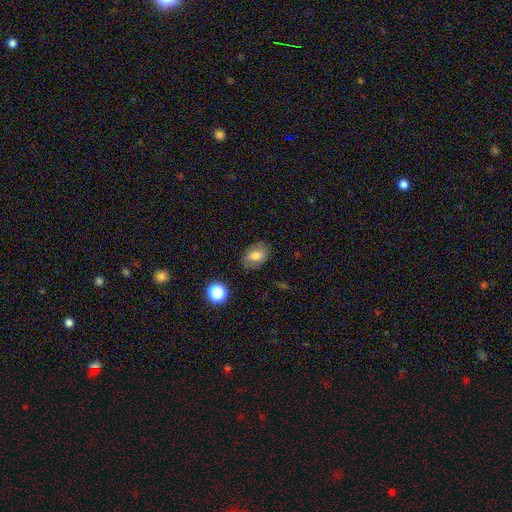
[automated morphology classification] Q: Smooth or featured?
A: smooth (74%); runner-up: featured or disk (15%)
Q: How rounded?
A: in between (76%); runner-up: round (22%)
Q: Merging?
A: none (80%); runner-up: minor disturbance (15%)